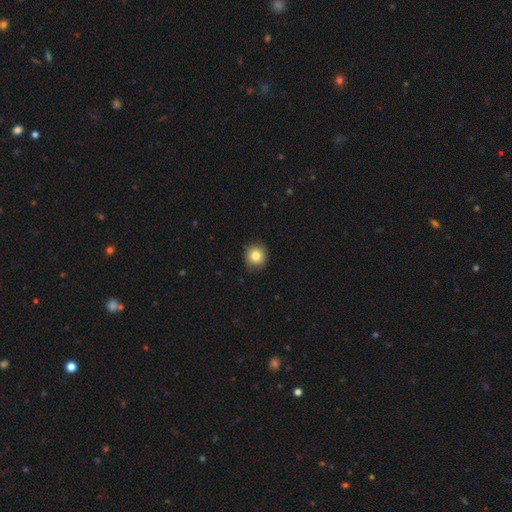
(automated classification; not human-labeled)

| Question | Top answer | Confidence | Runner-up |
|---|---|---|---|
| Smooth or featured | smooth | 84% | star or artifact (10%) |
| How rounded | round | 89% | in between (10%) |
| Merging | none | 87% | minor disturbance (10%) |